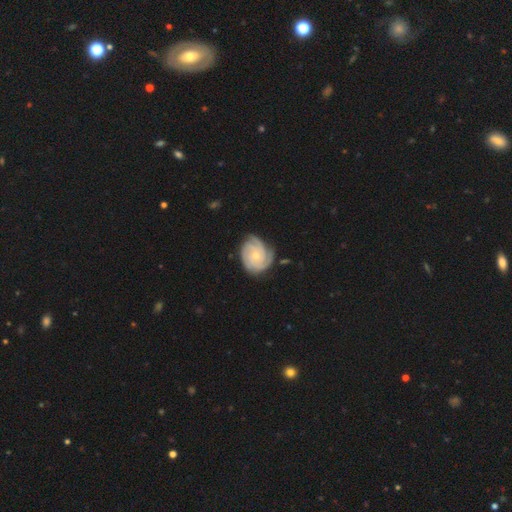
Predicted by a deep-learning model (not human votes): Overall: featured or disk (85%). Edge-on disk: no (98%). Bar: no (78%). Spiral arms: yes (97%). Spiral arm count: 3 (43%; 4 18%). Spiral winding: tight (76%). Bulge size: small (55%; moderate 42%). Merging: none (72%).